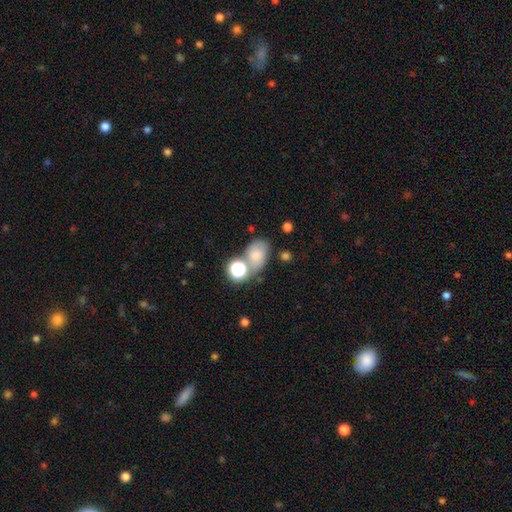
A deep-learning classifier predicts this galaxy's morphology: Smooth or featured? smooth (72%)
How rounded? in between (73%)
Merging? none (50%)